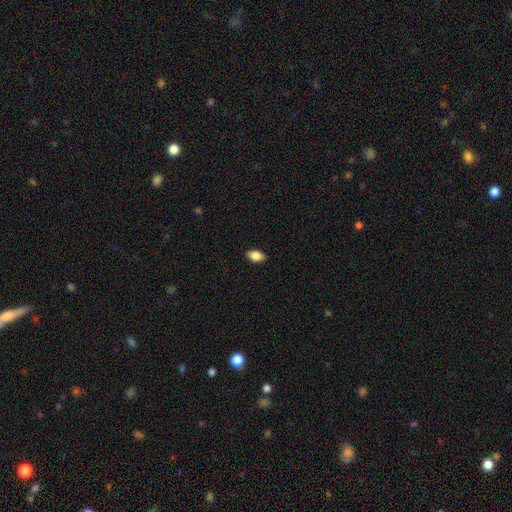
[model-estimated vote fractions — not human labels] Smooth or featured?
  - smooth: 85% *
  - star or artifact: 8%
  - featured or disk: 7%
How rounded?
  - in between: 89% *
  - round: 8%
  - cigar-shaped: 3%
Merging?
  - none: 88% *
  - minor disturbance: 9%
  - major disturbance: 2%
  - merger: 1%